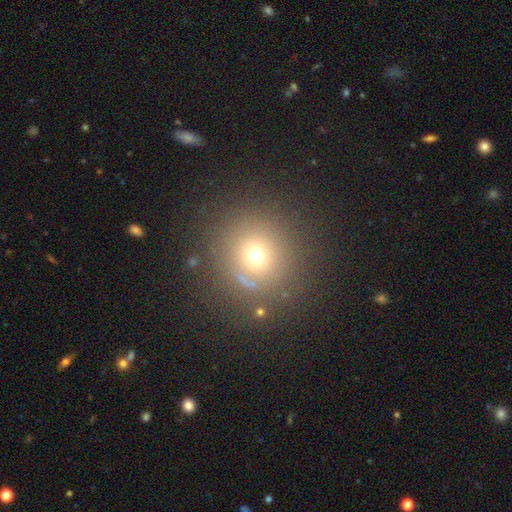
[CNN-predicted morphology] Smooth or featured? Predicted: smooth (p=0.66). How rounded? Predicted: round (p=0.93). Merging? Predicted: none (p=0.81).